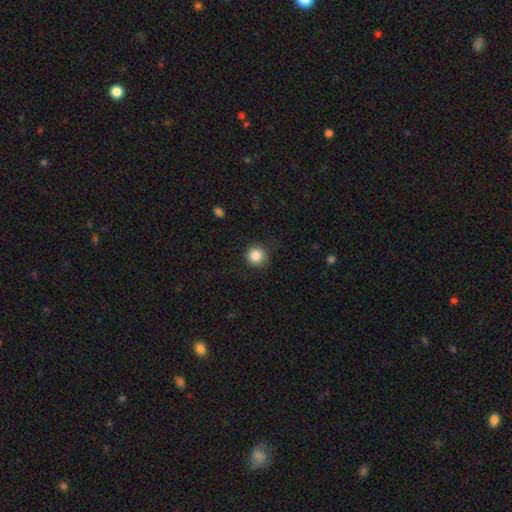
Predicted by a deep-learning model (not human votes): Q: Smooth or featured?
A: smooth (86%); runner-up: star or artifact (10%)
Q: How rounded?
A: round (94%); runner-up: in between (5%)
Q: Merging?
A: none (86%); runner-up: minor disturbance (10%)